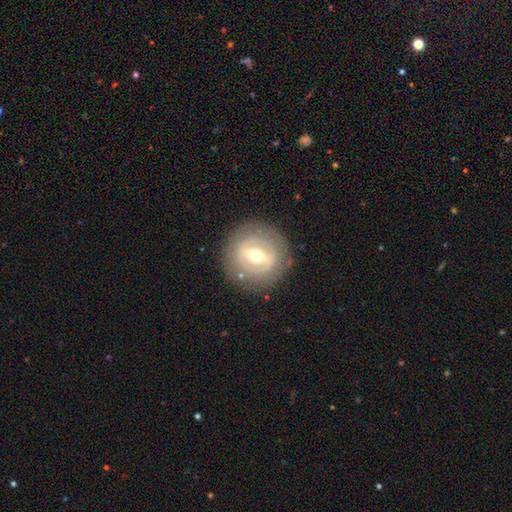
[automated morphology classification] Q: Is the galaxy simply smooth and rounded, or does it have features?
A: featured or disk — 63%.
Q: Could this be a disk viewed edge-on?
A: no — 93%.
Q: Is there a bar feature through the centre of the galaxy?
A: weak — 42%.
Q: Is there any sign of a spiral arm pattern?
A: no — 65%.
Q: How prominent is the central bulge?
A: moderate — 59%.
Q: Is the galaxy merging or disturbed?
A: none — 84%.